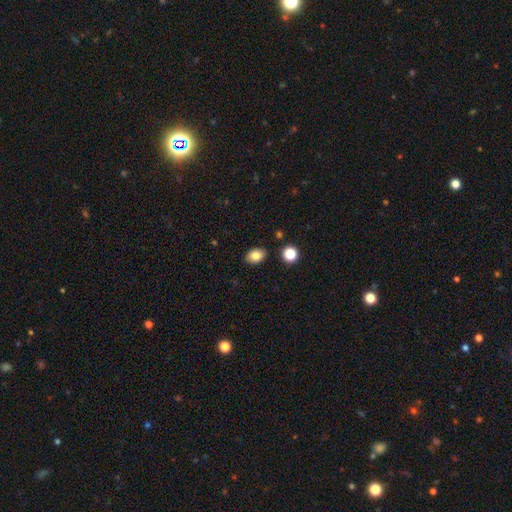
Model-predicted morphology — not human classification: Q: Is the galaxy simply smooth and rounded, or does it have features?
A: smooth — 84%.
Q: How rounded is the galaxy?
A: in between — 72%.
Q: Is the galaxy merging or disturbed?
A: none — 86%.